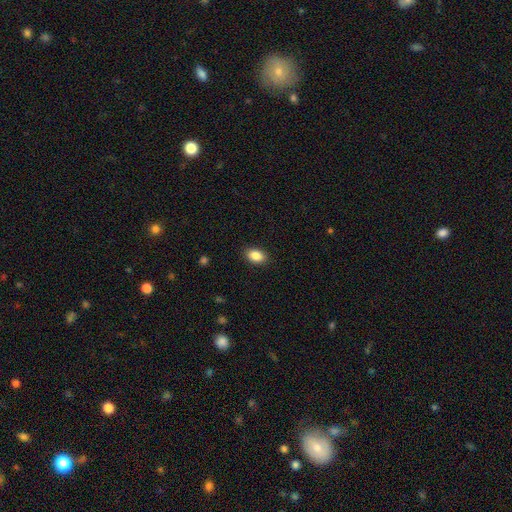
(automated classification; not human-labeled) Smooth or featured? Predicted: smooth (p=0.87). How rounded? Predicted: in between (p=0.87). Merging? Predicted: none (p=0.89).